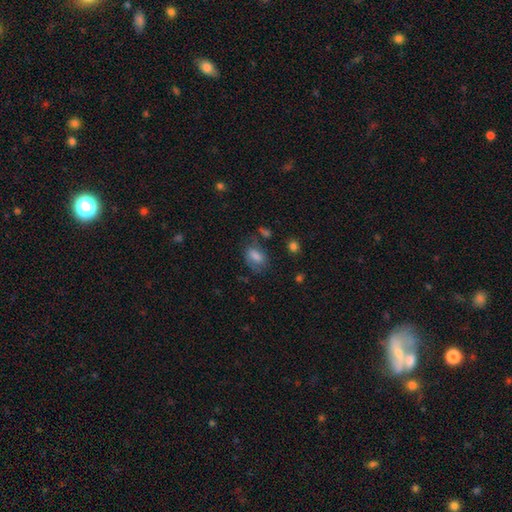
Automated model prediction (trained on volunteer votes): This is likely a smooth galaxy (70%). How rounded: clearly in between (80%). Merging: possibly none (58%).